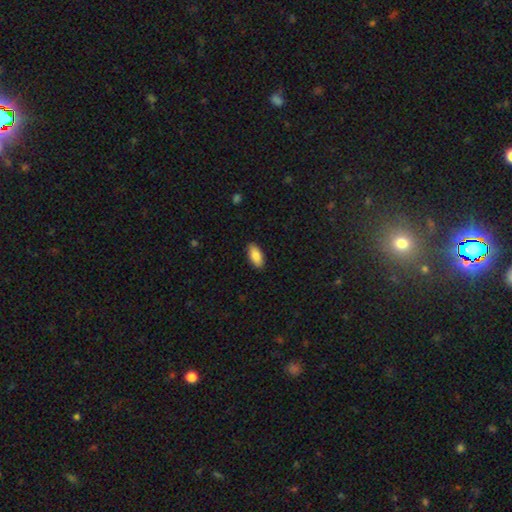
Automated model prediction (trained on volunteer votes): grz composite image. It shows a smooth galaxy with no disk features (87%) that is in between round and cigar-shaped (90%). Merging: none (89%).